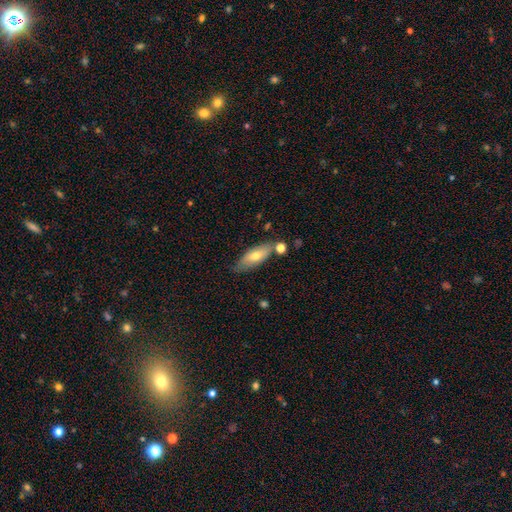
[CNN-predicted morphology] Smooth or featured: smooth — 64% (featured or disk — 29%)
How rounded: in between — 68% (cigar-shaped — 30%)
Merging: none — 72% (minor disturbance — 16%)